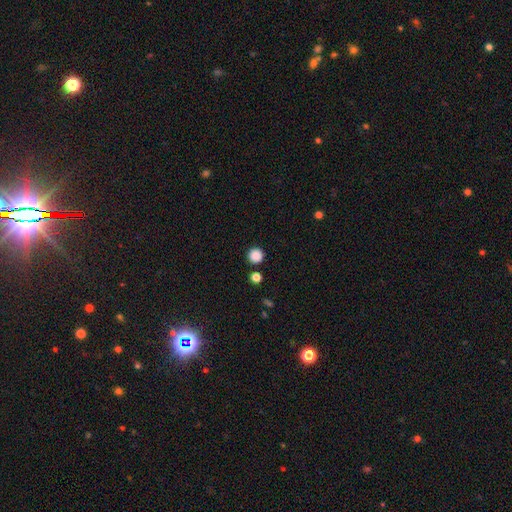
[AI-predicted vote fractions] A smooth galaxy with no disk features (87%) that is round (95%).

Vote fractions:
- Smooth or featured? smooth: 87% / star or artifact: 10% / featured or disk: 3%
- How rounded? round: 95% / in between: 4% / cigar-shaped: 1%
- Merging? none: 88% / minor disturbance: 6% / merger: 4% / major disturbance: 2%